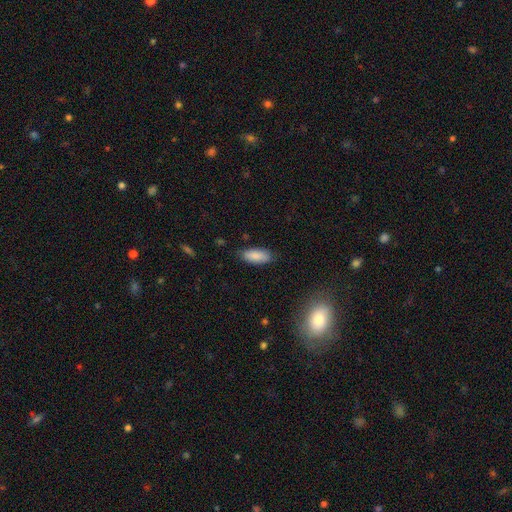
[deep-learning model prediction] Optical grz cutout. It shows a smooth galaxy with no disk features (87%) that is in between round and cigar-shaped (82%). Merging: none (81%).